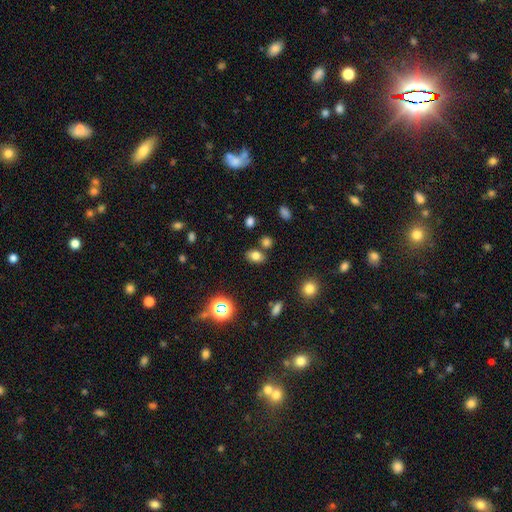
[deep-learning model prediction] Q: Smooth or featured?
A: smooth (76%); runner-up: star or artifact (15%)
Q: How rounded?
A: in between (77%); runner-up: round (21%)
Q: Merging?
A: none (74%); runner-up: minor disturbance (12%)